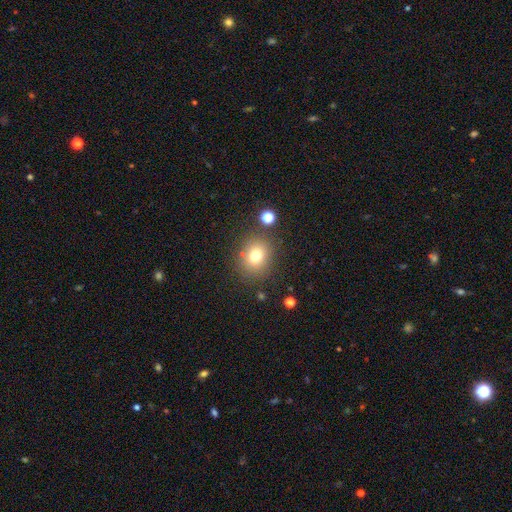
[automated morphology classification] smooth-or-featured: smooth: 74% | star or artifact: 15% | featured or disk: 11%
  how-rounded: round: 73% | in between: 26% | cigar-shaped: 1%
  merging: none: 80% | minor disturbance: 11% | merger: 5% | major disturbance: 4%